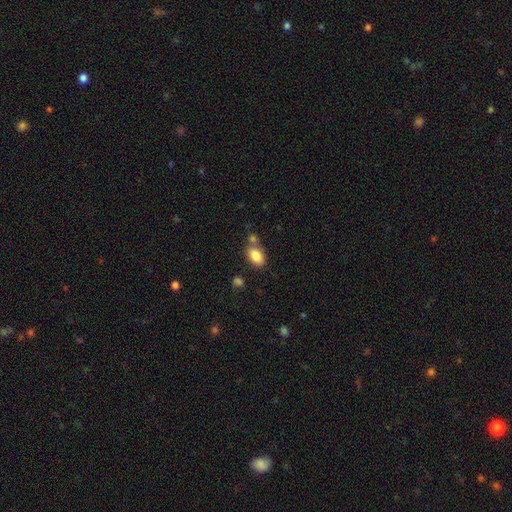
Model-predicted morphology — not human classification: Smooth or featured? smooth (83%)
How rounded? in between (87%)
Merging? none (63%)